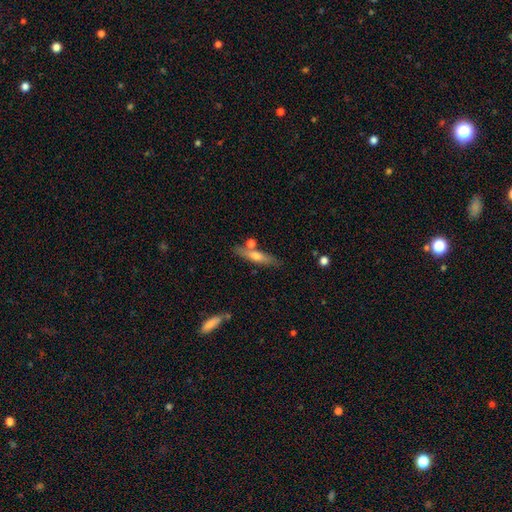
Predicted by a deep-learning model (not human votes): The model was most divided on "smooth or featured": smooth: 50%, featured or disk: 43%, star or artifact: 7%. More confident: merging — none (75%).